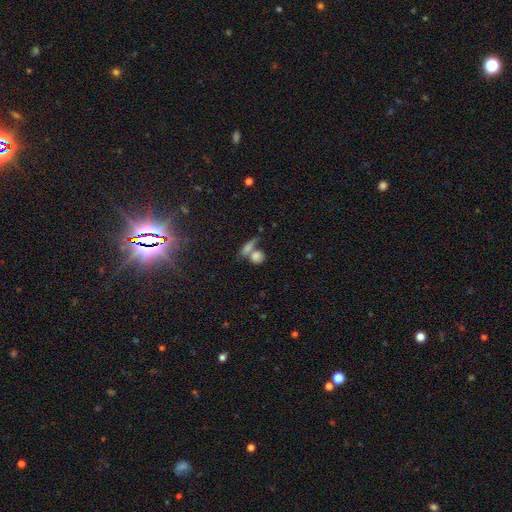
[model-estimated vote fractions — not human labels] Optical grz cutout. It shows a smooth galaxy with no disk features (77%) that is round (53%). Merging: merger (44%).